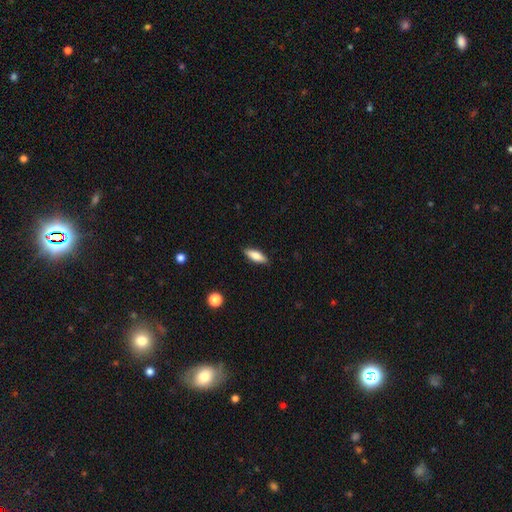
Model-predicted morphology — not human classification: The model was most divided on "how rounded": in between: 55%, cigar-shaped: 43%, round: 2%. More confident: merging — none (88%); smooth or featured — smooth (74%).